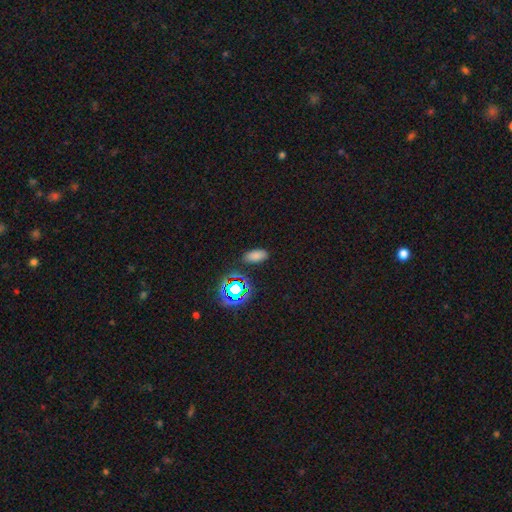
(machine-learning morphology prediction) smooth_or_featured: smooth (p=0.72) [alt: star or artifact p=0.22]
how_rounded: in between (p=0.89) [alt: cigar-shaped p=0.06]
merging: none (p=0.85) [alt: minor disturbance p=0.10]